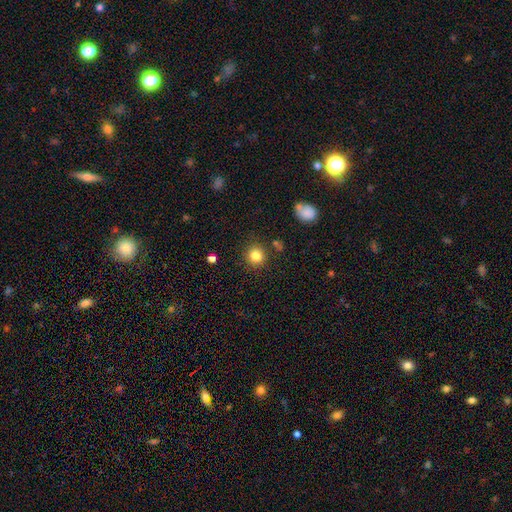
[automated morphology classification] A smooth galaxy with no disk features (83%) that is round (90%). Merging: none (86%).